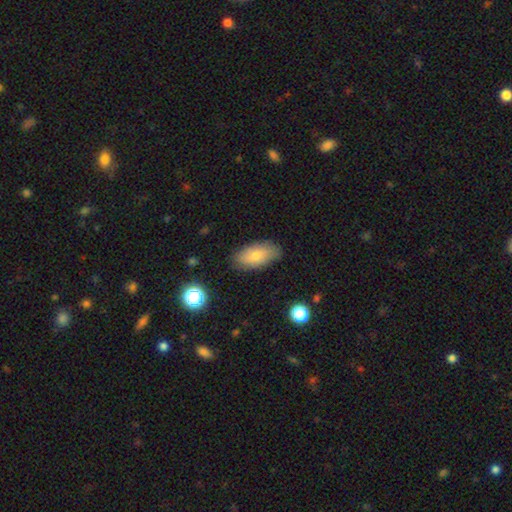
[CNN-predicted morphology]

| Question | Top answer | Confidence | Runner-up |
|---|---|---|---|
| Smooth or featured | smooth | 71% | featured or disk (21%) |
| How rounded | in between | 90% | cigar-shaped (7%) |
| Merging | none | 83% | minor disturbance (13%) |